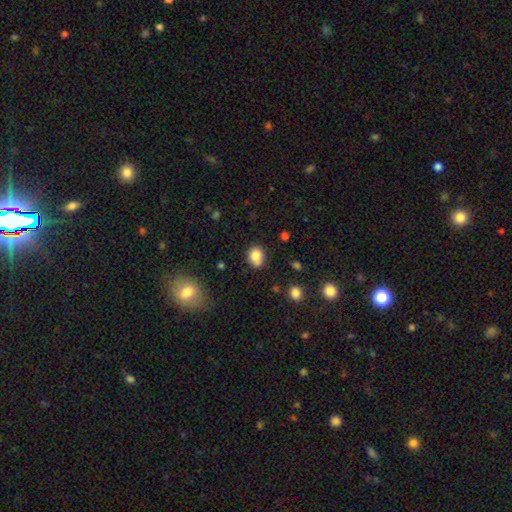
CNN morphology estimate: The model was most divided on "how rounded": round: 54%, in between: 45%, cigar-shaped: 1%. More confident: smooth or featured — smooth (82%); merging — none (66%).